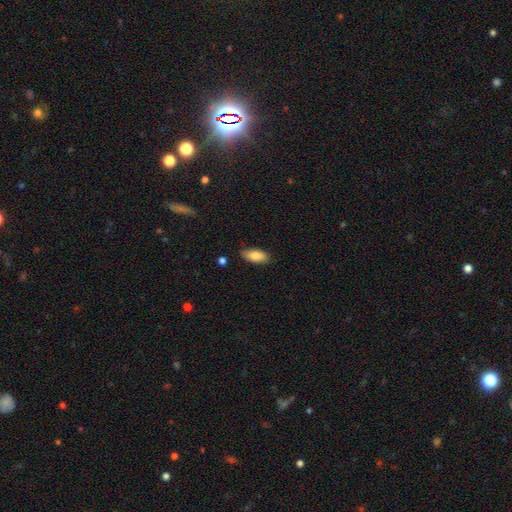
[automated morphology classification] smooth 84%, featured or disk 9%, star or artifact 7%. Down the decision tree: how rounded — in between (87%); merging — none (82%).